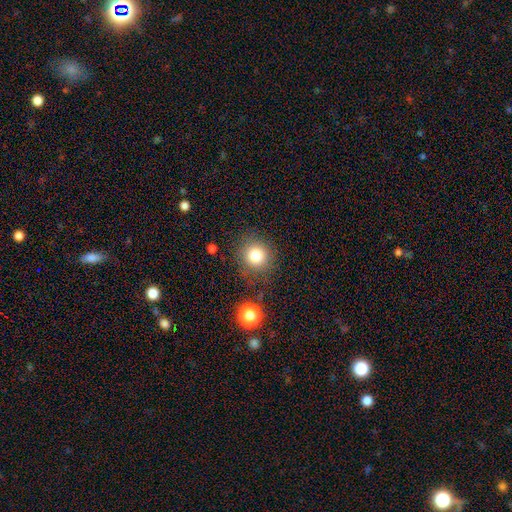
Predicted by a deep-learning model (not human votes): smooth_or_featured: smooth (p=0.81) [alt: star or artifact p=0.12]
how_rounded: round (p=0.92) [alt: in between p=0.07]
merging: none (p=0.84) [alt: minor disturbance p=0.09]